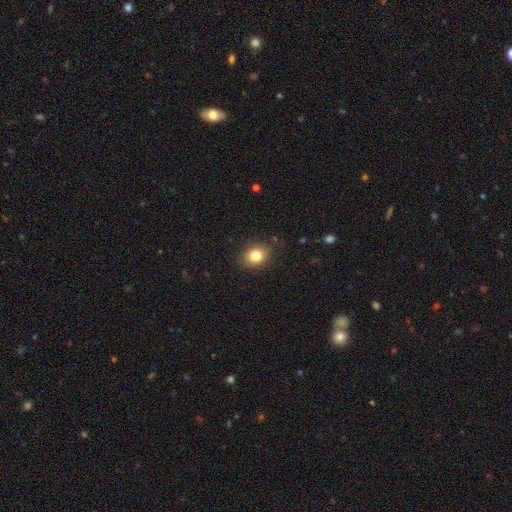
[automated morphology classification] The model was most divided on "how rounded": round: 53%, in between: 46%, cigar-shaped: 1%. More confident: merging — none (85%); smooth or featured — smooth (81%).